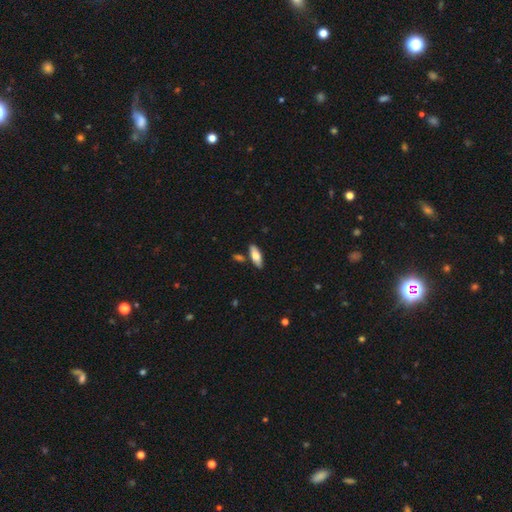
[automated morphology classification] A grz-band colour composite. It shows a smooth galaxy with no disk features (73%) that is in between round and cigar-shaped (72%). Merging: none (81%).